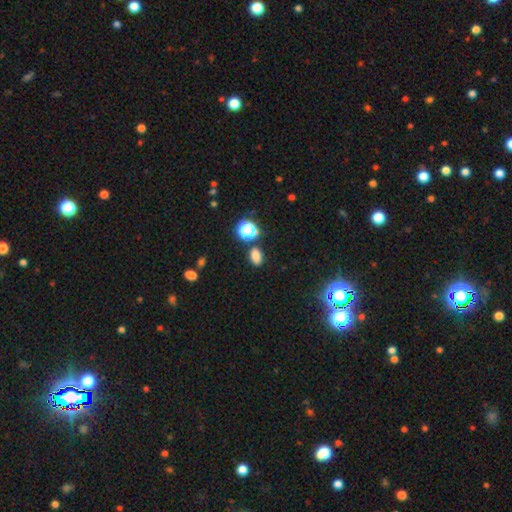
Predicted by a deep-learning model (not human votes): A smooth galaxy with no disk features (76%) that is in between round and cigar-shaped (77%).

Vote fractions:
- Smooth or featured? smooth: 76% / star or artifact: 19% / featured or disk: 5%
- How rounded? in between: 77% / round: 21% / cigar-shaped: 2%
- Merging? none: 82% / minor disturbance: 10% / merger: 5% / major disturbance: 3%